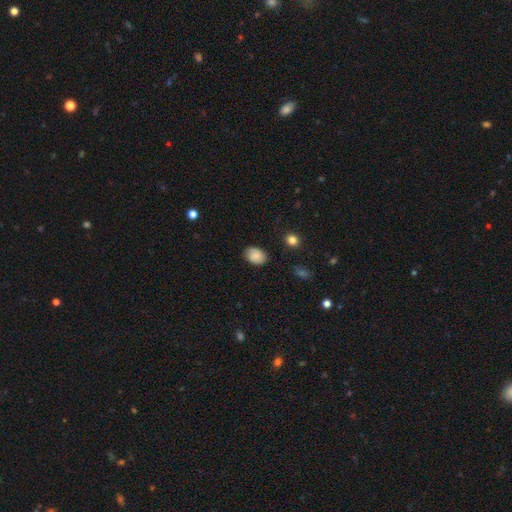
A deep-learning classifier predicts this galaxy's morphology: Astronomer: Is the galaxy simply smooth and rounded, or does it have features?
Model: smooth — 77%.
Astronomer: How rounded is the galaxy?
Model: in between — 75%.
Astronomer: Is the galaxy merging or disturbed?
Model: none — 81%.